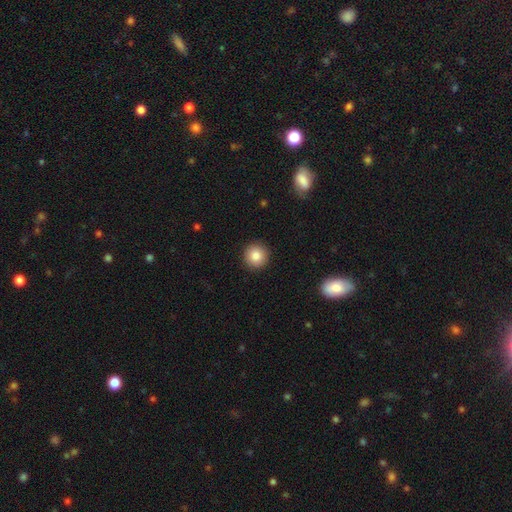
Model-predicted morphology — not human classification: This is clearly a smooth galaxy (85%). How rounded: clearly round (94%). Merging: clearly none (92%).